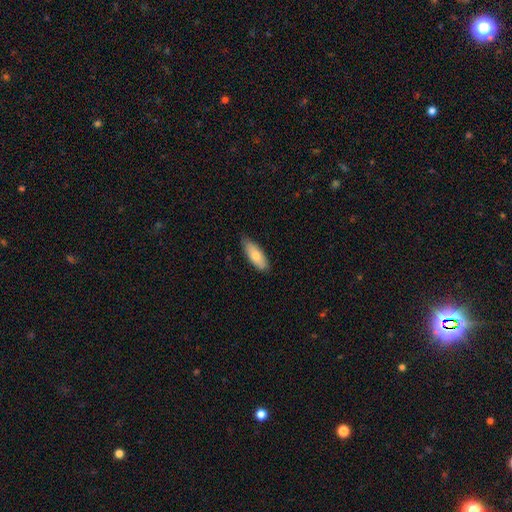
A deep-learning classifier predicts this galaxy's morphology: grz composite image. It shows a smooth galaxy with no disk features (76%) that is in between round and cigar-shaped (74%). Merging: none (80%).